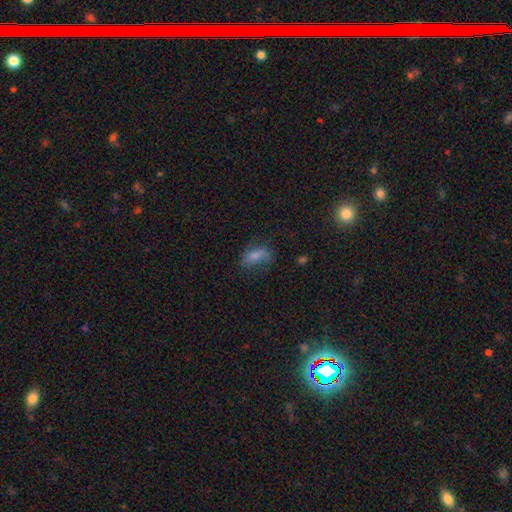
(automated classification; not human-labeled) Smooth or featured: smooth — 72% (featured or disk — 17%)
How rounded: in between — 85% (cigar-shaped — 10%)
Merging: none — 55% (minor disturbance — 27%)